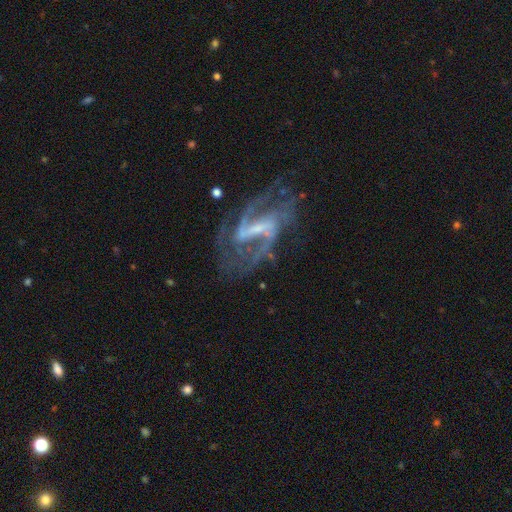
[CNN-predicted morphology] Smooth or featured? Predicted: featured or disk (p=0.82). Edge-on disk? Predicted: no (p=0.93). Bar? Predicted: strong (p=0.46). Spiral arms? Predicted: yes (p=0.87). Spiral winding? Predicted: medium (p=0.44). Spiral arm count? Predicted: 2 (p=0.60). Bulge size? Predicted: small (p=0.46). Merging? Predicted: none (p=0.64).